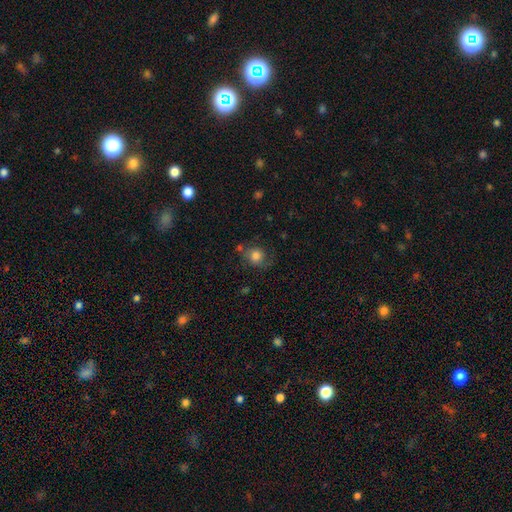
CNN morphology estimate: Smooth or featured? smooth (71%)
How rounded? round (76%)
Merging? none (60%)